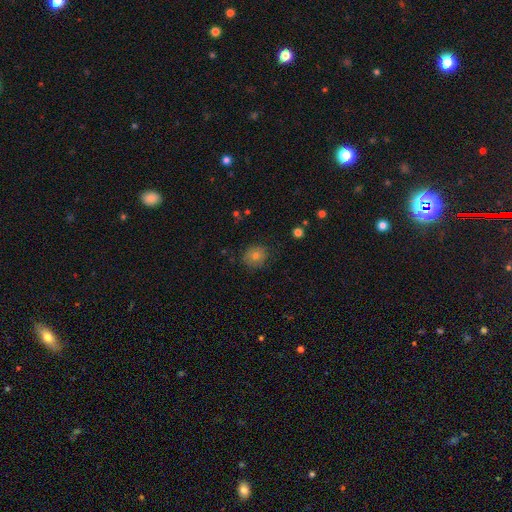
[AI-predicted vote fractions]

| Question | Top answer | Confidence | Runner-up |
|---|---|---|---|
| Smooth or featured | smooth | 74% | featured or disk (13%) |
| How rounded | round | 82% | in between (17%) |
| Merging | none | 81% | minor disturbance (14%) |